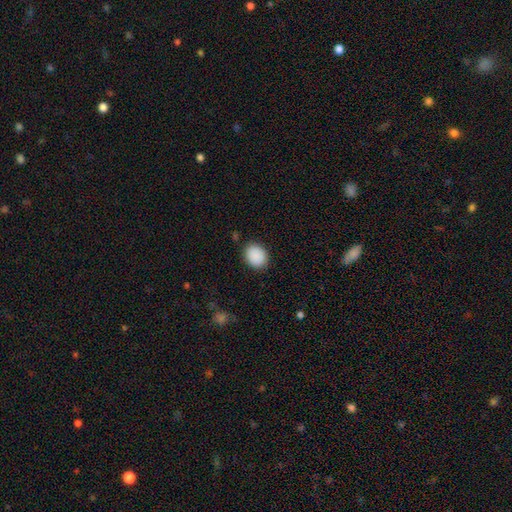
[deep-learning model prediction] smooth_or_featured: smooth (p=0.90) [alt: star or artifact p=0.07]
how_rounded: round (p=0.55) [alt: in between p=0.44]
merging: none (p=0.88) [alt: minor disturbance p=0.09]